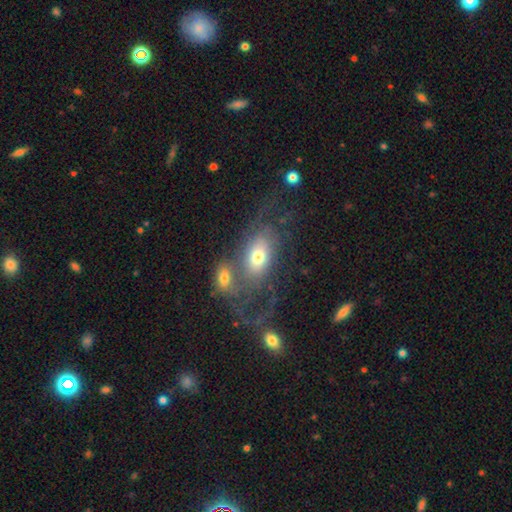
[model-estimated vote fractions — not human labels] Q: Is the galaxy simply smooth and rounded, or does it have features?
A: featured or disk — 48%.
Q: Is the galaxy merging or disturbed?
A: merger — 36%.